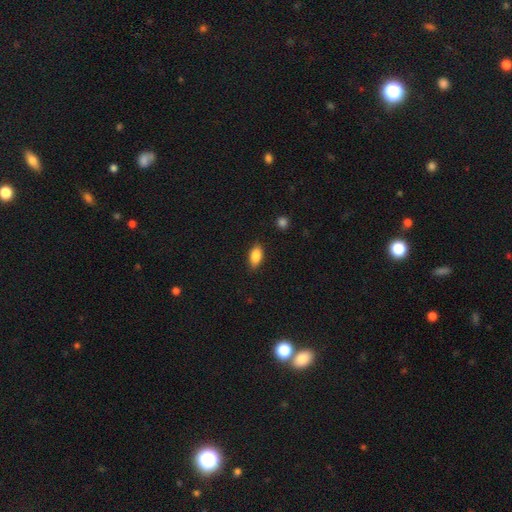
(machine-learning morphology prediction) Smooth or featured: smooth — 86% (star or artifact — 7%)
How rounded: in between — 89% (cigar-shaped — 7%)
Merging: none — 85% (minor disturbance — 11%)